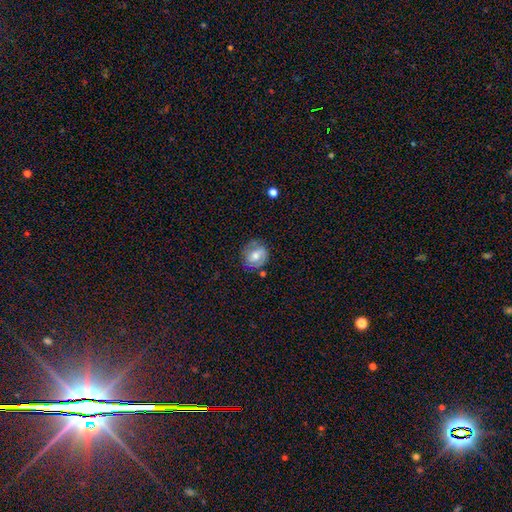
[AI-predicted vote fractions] This appears to be a featured or disk galaxy (55%) with no bar (44%), spiral arms (78%) and a moderate central bulge (65%). Merging: none (68%).